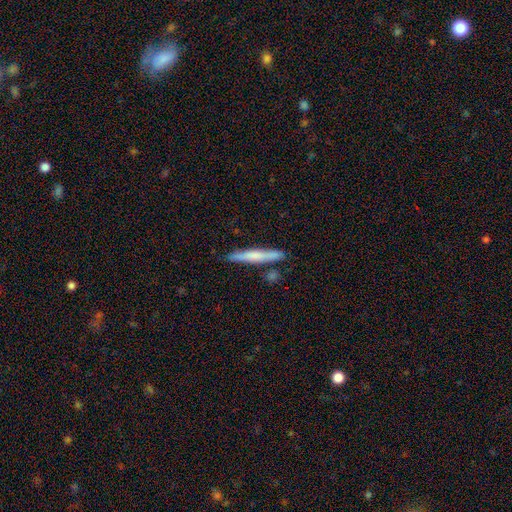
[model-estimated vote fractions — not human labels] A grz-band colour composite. It shows a smooth galaxy with no disk features (59%) that is cigar-shaped (95%). Merging: none (83%).